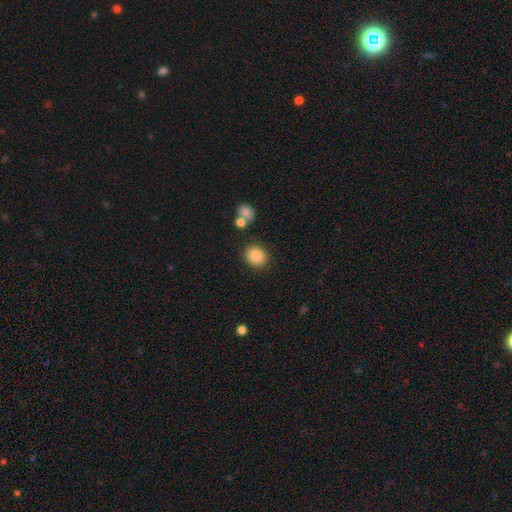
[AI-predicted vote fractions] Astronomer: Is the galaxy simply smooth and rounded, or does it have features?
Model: smooth — 84%.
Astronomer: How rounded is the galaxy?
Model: round — 74%.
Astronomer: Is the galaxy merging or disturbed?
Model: none — 84%.